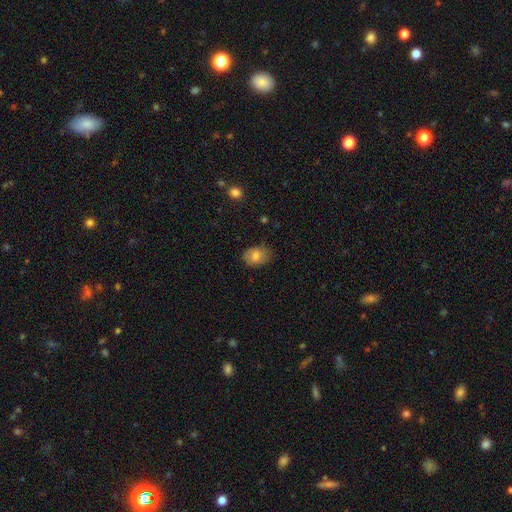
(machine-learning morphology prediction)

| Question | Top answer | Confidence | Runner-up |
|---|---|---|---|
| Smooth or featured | smooth | 75% | featured or disk (17%) |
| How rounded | in between | 71% | round (28%) |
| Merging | none | 75% | minor disturbance (19%) |